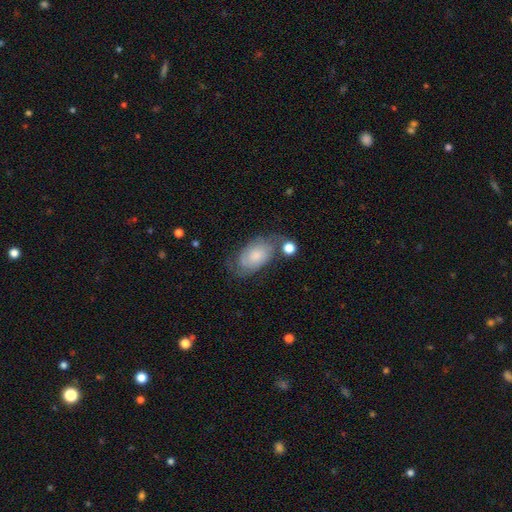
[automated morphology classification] Smooth or featured? Predicted: smooth (p=0.49). Merging? Predicted: none (p=0.51).